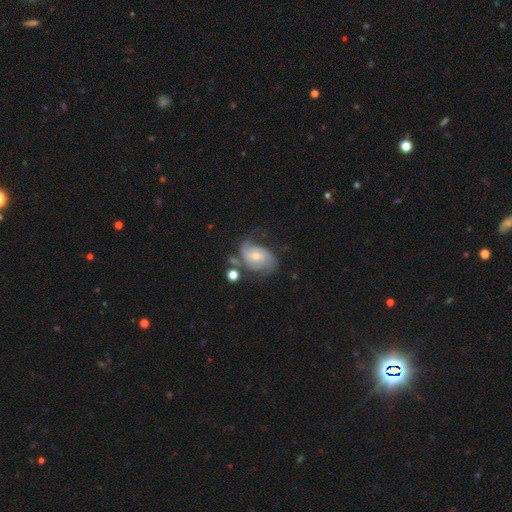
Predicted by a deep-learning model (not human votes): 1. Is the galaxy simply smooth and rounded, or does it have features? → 85% featured or disk, 10% smooth, 5% star or artifact.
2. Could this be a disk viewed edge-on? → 98% no, 2% yes.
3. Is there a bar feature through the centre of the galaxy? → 59% no, 35% weak, 6% strong.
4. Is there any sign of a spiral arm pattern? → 96% yes, 4% no.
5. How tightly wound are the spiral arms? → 44% medium, 40% tight, 16% loose.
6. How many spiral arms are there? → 45% 2, 23% 3, 18% can't tell, 5% 4, 5% 1, 4% more than 4.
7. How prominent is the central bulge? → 57% small, 39% moderate, 2% large, 2% none, 1% dominant.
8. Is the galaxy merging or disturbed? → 55% none, 23% minor disturbance, 15% major disturbance, 8% merger.